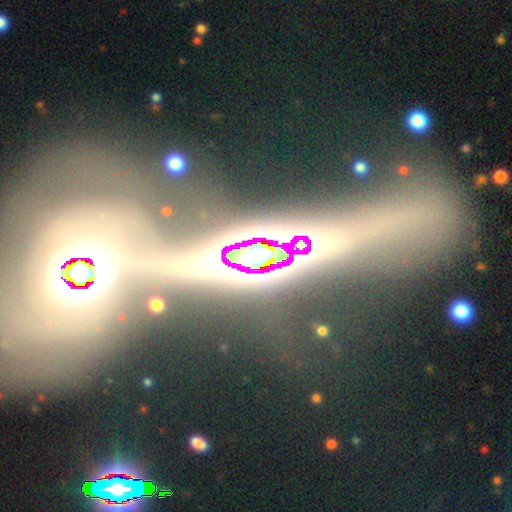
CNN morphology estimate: Smooth or featured?
  - star or artifact: 57% *
  - featured or disk: 30%
  - smooth: 13%